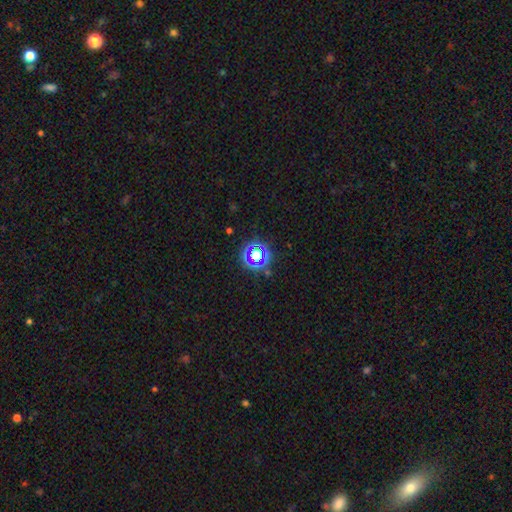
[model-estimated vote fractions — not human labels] Overall: star or artifact (63%; smooth 26%).